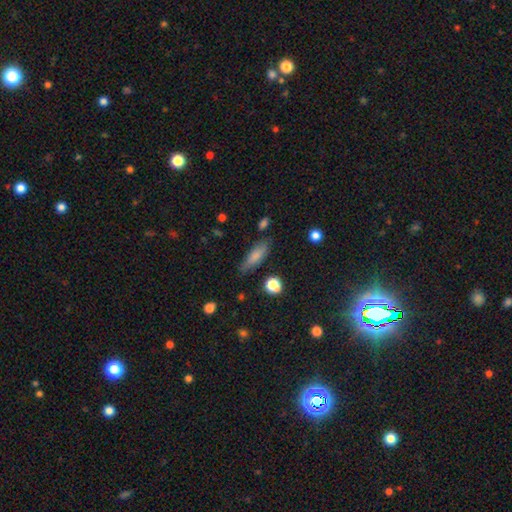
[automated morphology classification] smooth_or_featured: smooth (p=0.78) [alt: featured or disk p=0.14]
how_rounded: in between (p=0.51) [alt: cigar-shaped p=0.46]
merging: none (p=0.76) [alt: minor disturbance p=0.17]